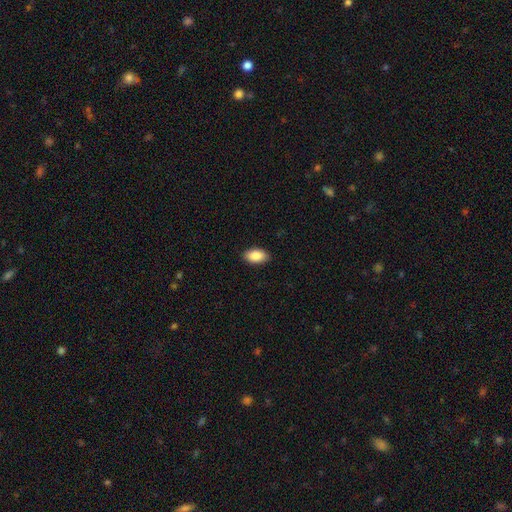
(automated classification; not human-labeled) smooth-or-featured: smooth: 88% | star or artifact: 6% | featured or disk: 5%
  how-rounded: in between: 94% | round: 4% | cigar-shaped: 2%
  merging: none: 90% | minor disturbance: 8% | major disturbance: 2% | merger: 1%